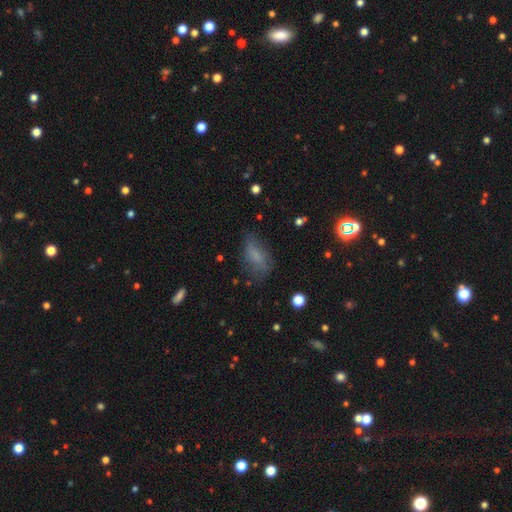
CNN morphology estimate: Smooth or featured?
  - smooth: 64% *
  - featured or disk: 22%
  - star or artifact: 14%
How rounded?
  - in between: 83% *
  - cigar-shaped: 10%
  - round: 7%
Merging?
  - none: 57% *
  - minor disturbance: 26%
  - major disturbance: 15%
  - merger: 2%